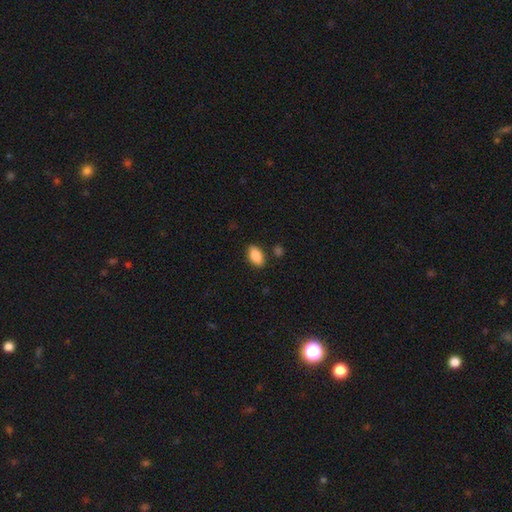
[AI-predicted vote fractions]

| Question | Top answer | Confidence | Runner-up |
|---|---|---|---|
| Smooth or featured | smooth | 88% | star or artifact (7%) |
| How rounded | in between | 92% | cigar-shaped (4%) |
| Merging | none | 85% | minor disturbance (10%) |